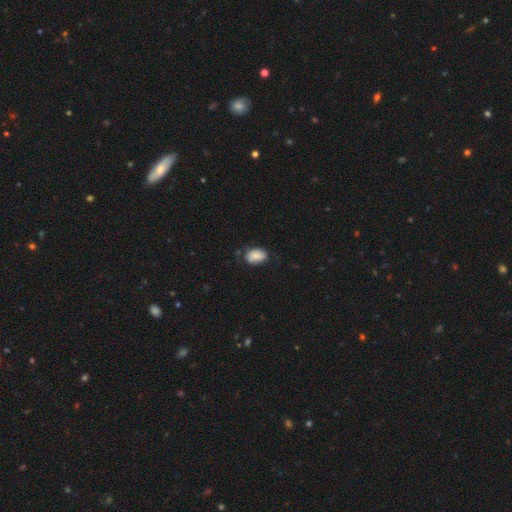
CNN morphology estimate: Smooth or featured?
  - smooth: 82% *
  - featured or disk: 11%
  - star or artifact: 8%
How rounded?
  - in between: 86% *
  - round: 13%
  - cigar-shaped: 1%
Merging?
  - none: 62% *
  - minor disturbance: 28%
  - major disturbance: 8%
  - merger: 2%